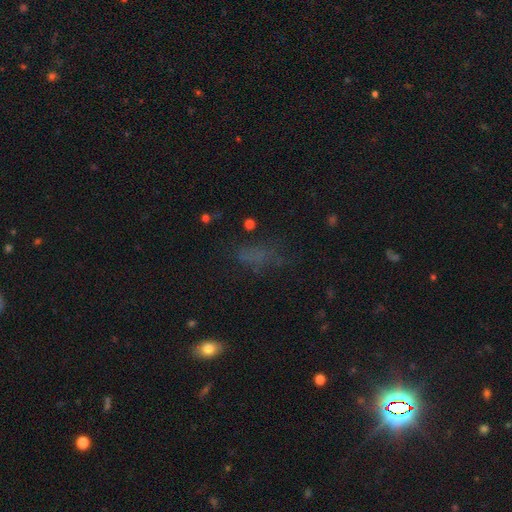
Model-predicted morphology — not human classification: A smooth galaxy with no disk features (52%) that is in between round and cigar-shaped (74%).

Vote fractions:
- Smooth or featured? smooth: 52% / star or artifact: 31% / featured or disk: 17%
- How rounded? in between: 74% / cigar-shaped: 13% / round: 13%
- Merging? none: 57% / minor disturbance: 21% / major disturbance: 19% / merger: 3%